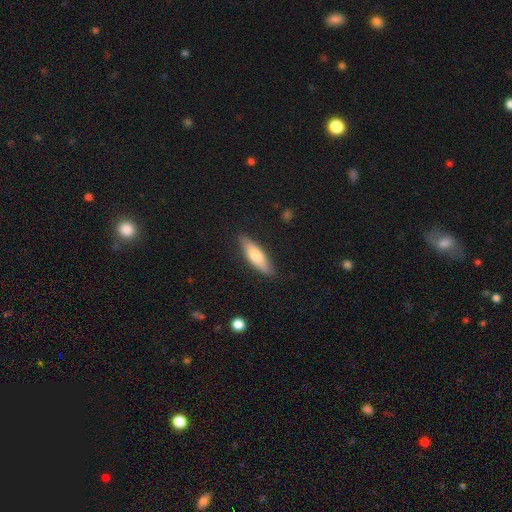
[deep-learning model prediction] A smooth galaxy with no disk features (67%) that is cigar-shaped (57%). Merging: none (86%).